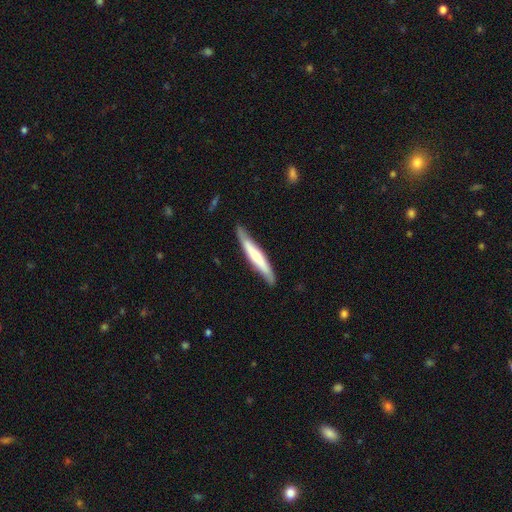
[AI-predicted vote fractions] Q: Smooth or featured?
A: smooth (47%); tied with: featured or disk (47%)
Q: Merging?
A: none (83%); runner-up: minor disturbance (14%)